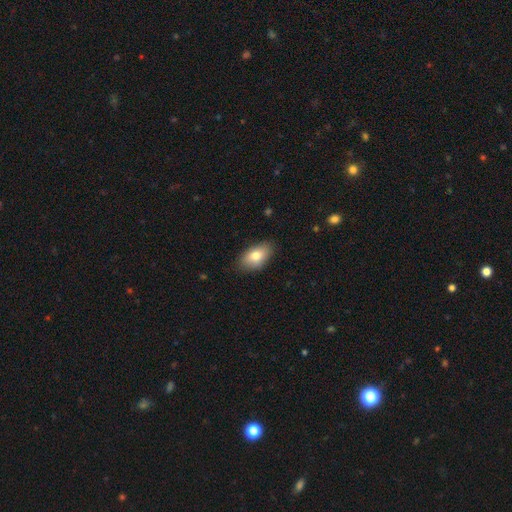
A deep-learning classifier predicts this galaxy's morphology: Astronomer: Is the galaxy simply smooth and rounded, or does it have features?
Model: smooth — 78%.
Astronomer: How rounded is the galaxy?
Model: in between — 92%.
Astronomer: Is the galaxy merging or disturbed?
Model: none — 84%.